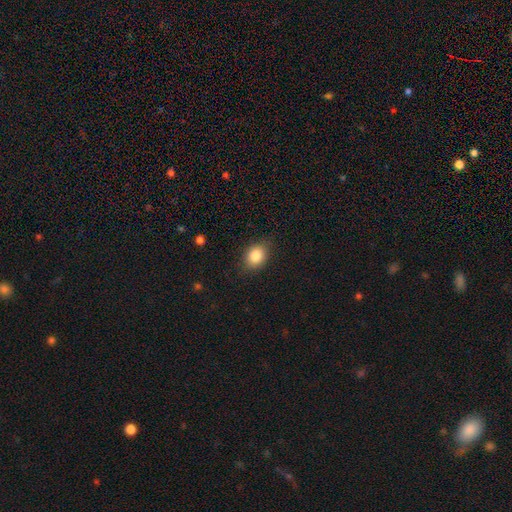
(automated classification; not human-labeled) The model was most divided on "how rounded": in between: 65%, round: 34%, cigar-shaped: 1%. More confident: smooth or featured — smooth (85%); merging — none (82%).